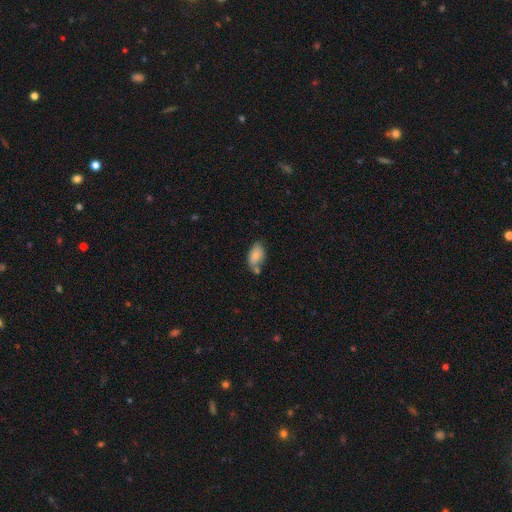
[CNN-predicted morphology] This appears to be a smooth galaxy with no disk features (80%) that is in between round and cigar-shaped (92%). Merging: none (52%).